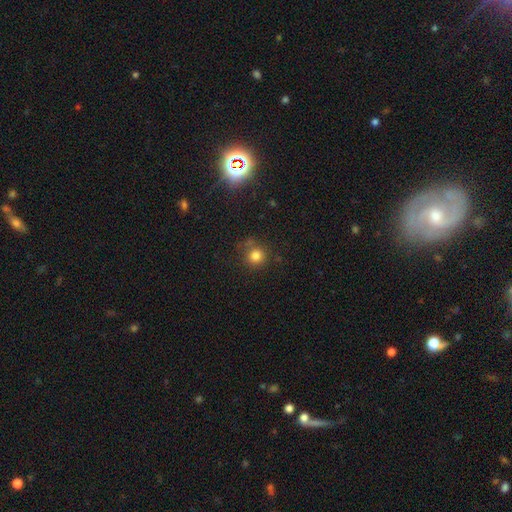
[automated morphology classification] This is likely a smooth galaxy (79%). How rounded: clearly round (92%). Merging: likely none (76%).